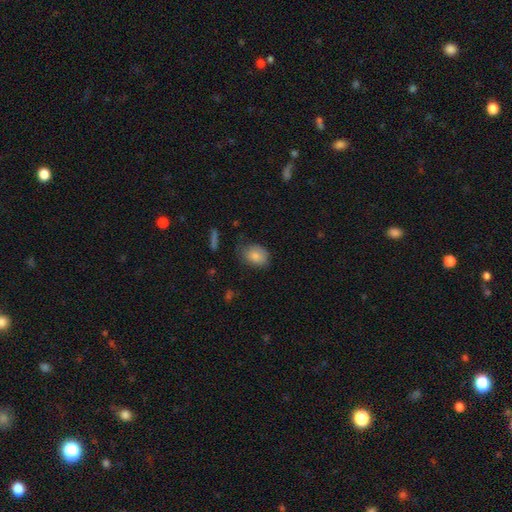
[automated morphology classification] This is clearly a smooth galaxy (82%). How rounded: likely in between (75%). Merging: likely none (67%).